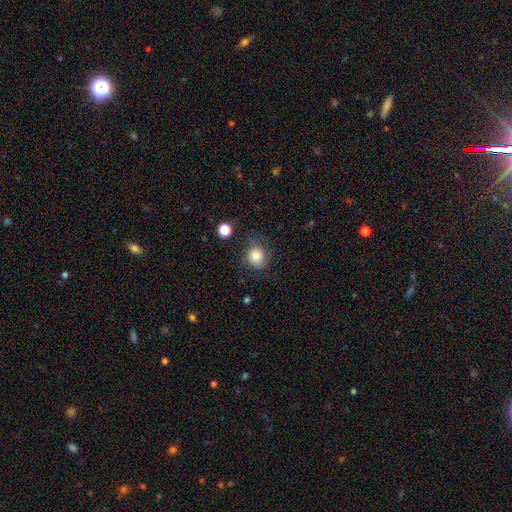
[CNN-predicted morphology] Smooth or featured? Predicted: smooth (p=0.72). How rounded? Predicted: round (p=0.72). Merging? Predicted: none (p=0.60).